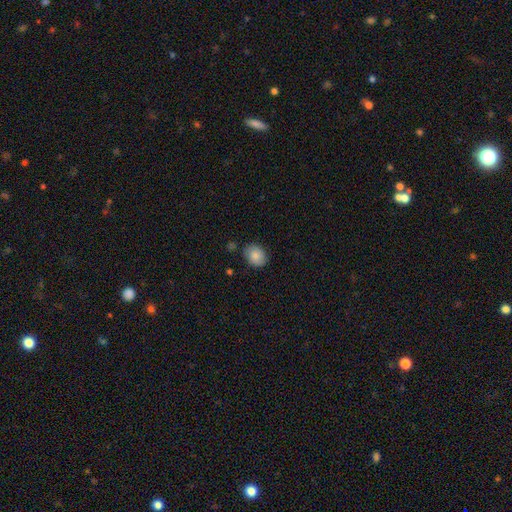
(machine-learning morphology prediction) Smooth or featured?
  - smooth: 85% *
  - star or artifact: 8%
  - featured or disk: 7%
How rounded?
  - round: 53% *
  - in between: 46%
  - cigar-shaped: 1%
Merging?
  - none: 81% *
  - minor disturbance: 13%
  - merger: 3%
  - major disturbance: 3%